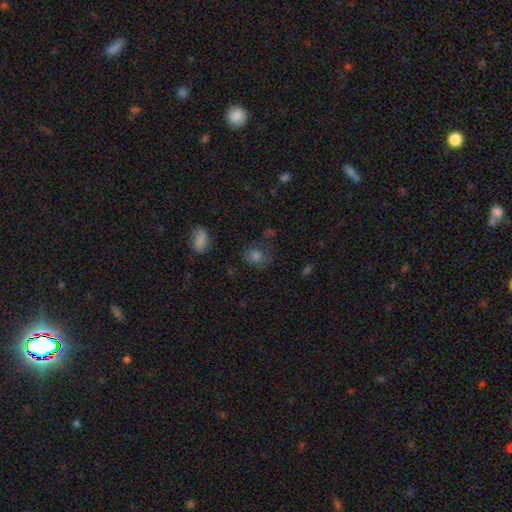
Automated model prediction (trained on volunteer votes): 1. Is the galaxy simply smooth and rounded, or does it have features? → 65% smooth, 20% star or artifact, 16% featured or disk.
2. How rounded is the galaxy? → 61% round, 38% in between, 1% cigar-shaped.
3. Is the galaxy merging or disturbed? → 59% none, 23% minor disturbance, 14% major disturbance, 4% merger.